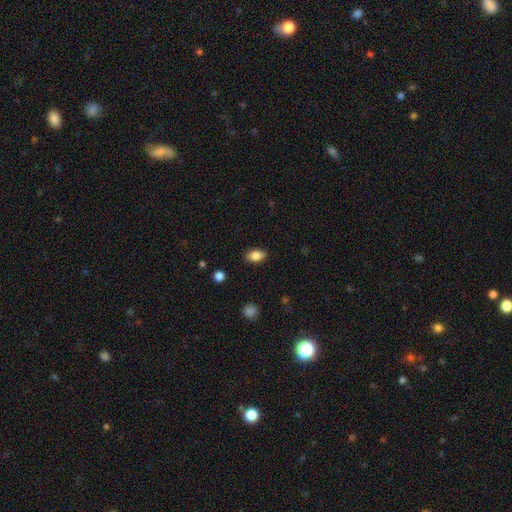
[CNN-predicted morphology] Smooth or featured: smooth — 85% (star or artifact — 8%)
How rounded: in between — 89% (round — 8%)
Merging: none — 87% (minor disturbance — 10%)